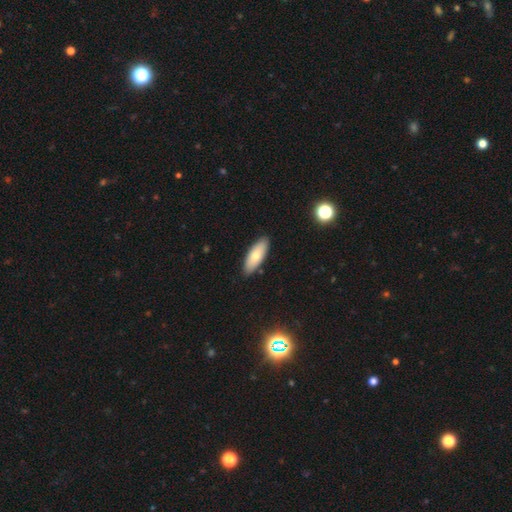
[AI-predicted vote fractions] Overall: smooth (71%). How rounded: in between (74%). Merging: none (88%).